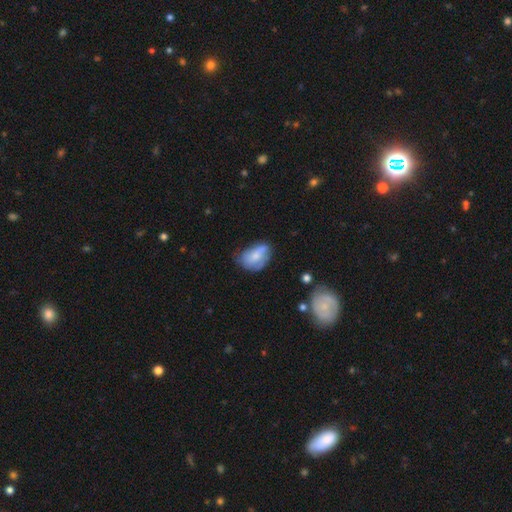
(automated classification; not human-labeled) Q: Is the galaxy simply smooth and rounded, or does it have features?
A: smooth — 60%.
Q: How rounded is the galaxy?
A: in between — 83%.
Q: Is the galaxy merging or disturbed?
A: none — 43%.